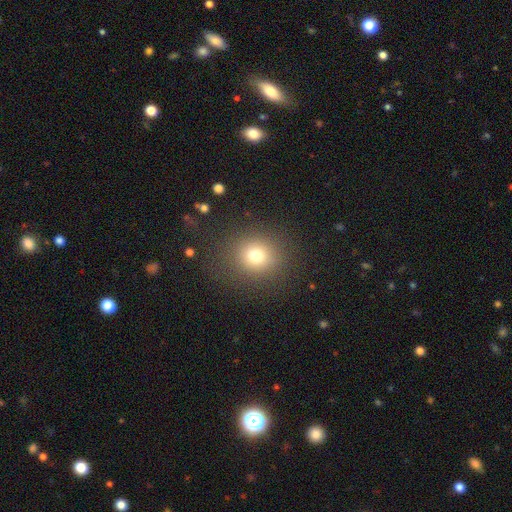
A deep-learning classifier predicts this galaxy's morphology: smooth_or_featured: smooth (p=0.75) [alt: star or artifact p=0.16]
how_rounded: round (p=0.83) [alt: in between p=0.17]
merging: none (p=0.84) [alt: minor disturbance p=0.09]